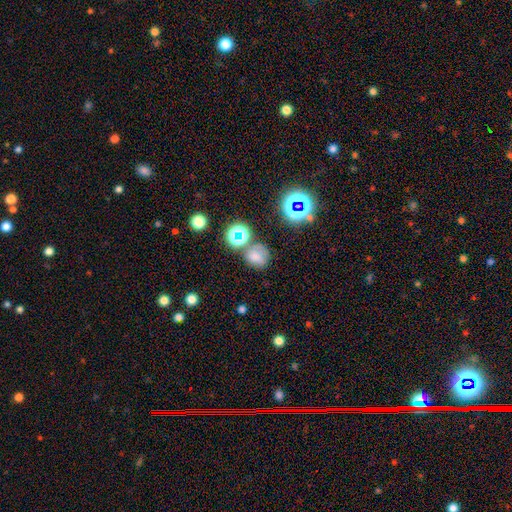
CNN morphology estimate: Smooth or featured?
  - smooth: 64% *
  - star or artifact: 24%
  - featured or disk: 13%
How rounded?
  - round: 70% *
  - in between: 29%
  - cigar-shaped: 1%
Merging?
  - none: 58% *
  - minor disturbance: 18%
  - merger: 15%
  - major disturbance: 9%